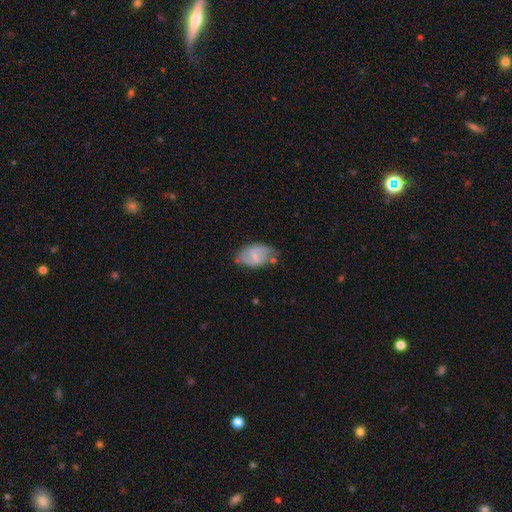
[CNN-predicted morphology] This is likely a featured or disk galaxy (61%). It is clearly not viewed edge-on (95%). Bar: possibly weak (52%). Spiral arm pattern: likely yes (76%). Central bulge: possibly small (55%). Merging: possibly none (59%).